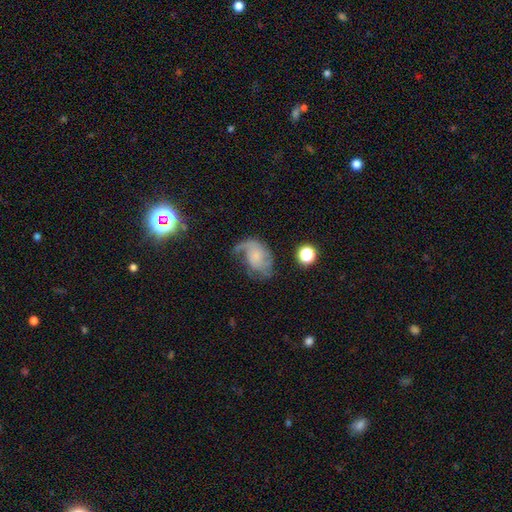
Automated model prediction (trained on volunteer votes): Smooth or featured? featured or disk (63%)
Edge-on disk? no (97%)
Bar? no (75%)
Spiral arms? yes (85%)
Spiral winding? loose (42%)
Spiral arm count? 1 (41%)
Bulge size? small (37%, tied with none)
Merging? none (36%)